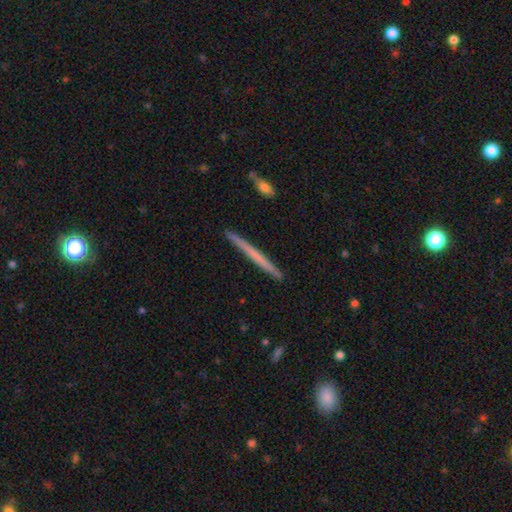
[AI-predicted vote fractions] smooth 48%, featured or disk 46%, star or artifact 5%. Down the decision tree: merging — none (92%).